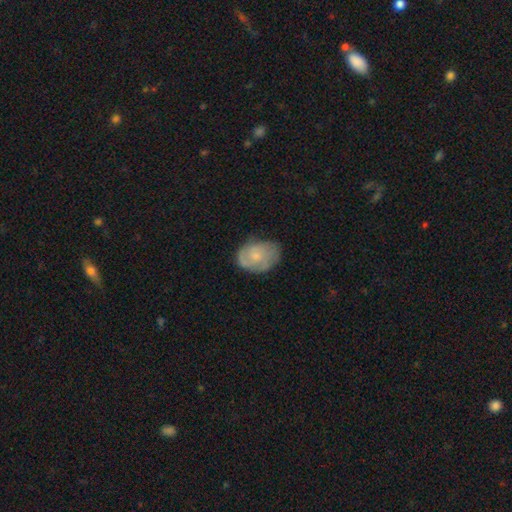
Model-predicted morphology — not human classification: Smooth or featured? Predicted: smooth (p=0.52). How rounded? Predicted: in between (p=0.73). Merging? Predicted: none (p=0.64).